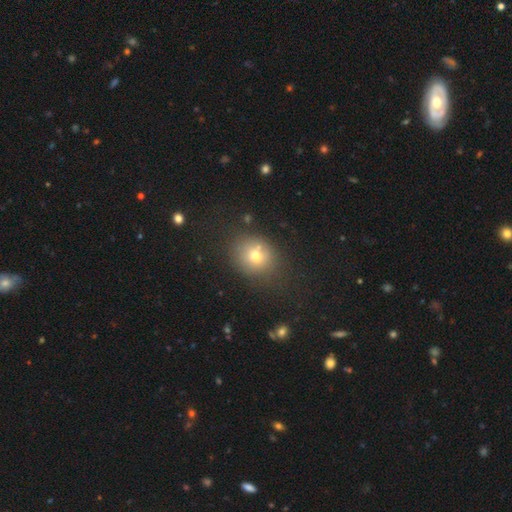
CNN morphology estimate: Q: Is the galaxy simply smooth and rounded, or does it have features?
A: smooth — 70%.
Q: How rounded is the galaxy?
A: round — 73%.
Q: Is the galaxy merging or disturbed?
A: none — 72%.